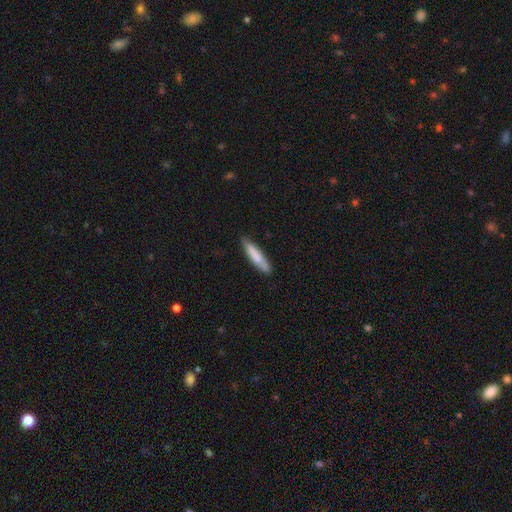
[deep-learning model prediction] A smooth galaxy with no disk features (78%) that is cigar-shaped (83%).

Vote fractions:
- Smooth or featured? smooth: 78% / featured or disk: 17% / star or artifact: 5%
- How rounded? cigar-shaped: 83% / in between: 16% / round: 1%
- Merging? none: 83% / minor disturbance: 13% / major disturbance: 2% / merger: 1%